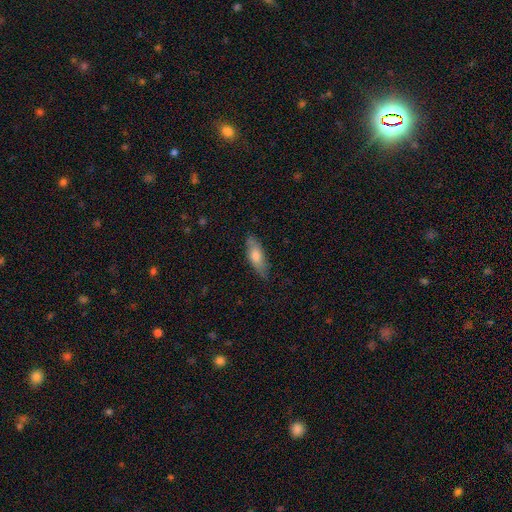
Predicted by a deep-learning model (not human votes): A smooth galaxy with no disk features (66%) that is in between round and cigar-shaped (57%).

Vote fractions:
- Smooth or featured? smooth: 66% / featured or disk: 28% / star or artifact: 6%
- How rounded? in between: 57% / cigar-shaped: 40% / round: 2%
- Merging? none: 79% / minor disturbance: 17% / major disturbance: 3% / merger: 1%